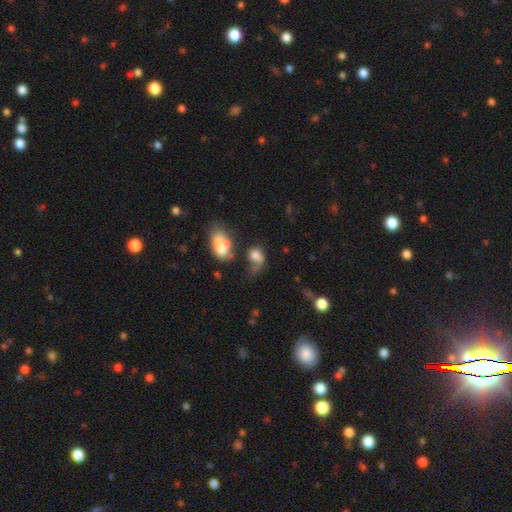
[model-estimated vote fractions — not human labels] Smooth or featured?
  - smooth: 68% *
  - featured or disk: 21%
  - star or artifact: 11%
How rounded?
  - in between: 59% *
  - round: 38%
  - cigar-shaped: 3%
Merging?
  - major disturbance: 38% *
  - none: 23%
  - minor disturbance: 20%
  - merger: 19%